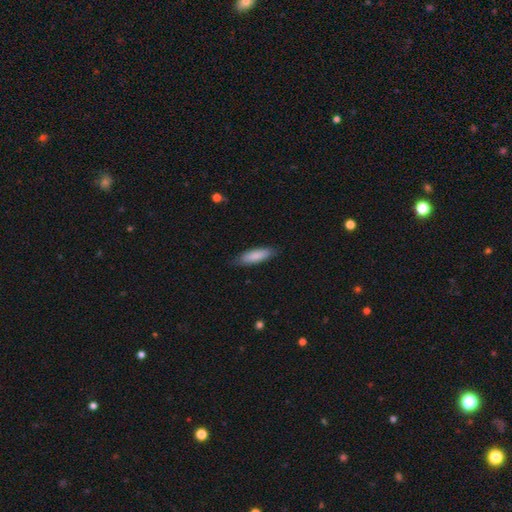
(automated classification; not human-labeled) Smooth or featured: smooth — 86% (featured or disk — 9%)
How rounded: cigar-shaped — 53% (in between — 46%)
Merging: none — 83% (minor disturbance — 14%)